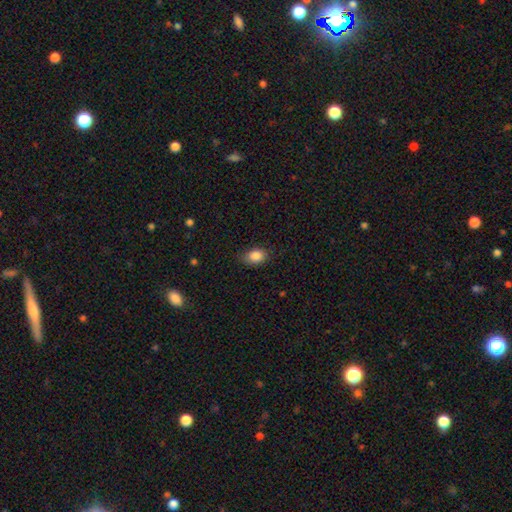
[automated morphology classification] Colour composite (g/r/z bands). It shows a smooth galaxy with no disk features (87%) that is in between round and cigar-shaped (79%). Merging: none (80%).